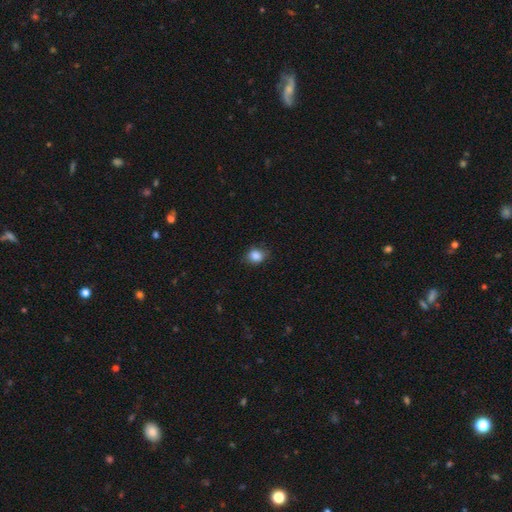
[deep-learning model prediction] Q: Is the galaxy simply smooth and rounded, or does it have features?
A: smooth — 87%.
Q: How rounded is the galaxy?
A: round — 66%.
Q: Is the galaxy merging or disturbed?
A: none — 80%.